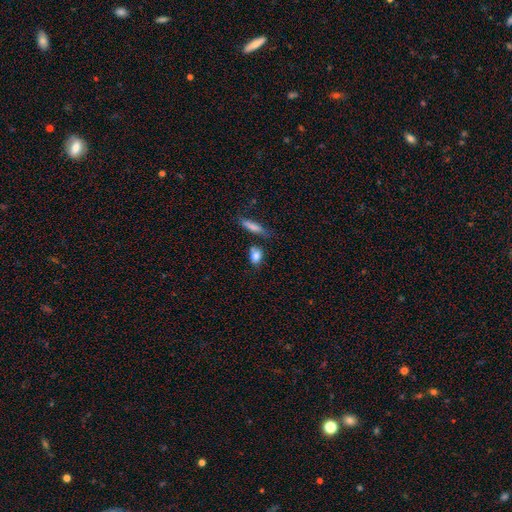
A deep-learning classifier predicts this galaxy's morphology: Q: Smooth or featured?
A: smooth (82%); runner-up: featured or disk (10%)
Q: How rounded?
A: in between (64%); runner-up: round (29%)
Q: Merging?
A: none (60%); runner-up: minor disturbance (18%)